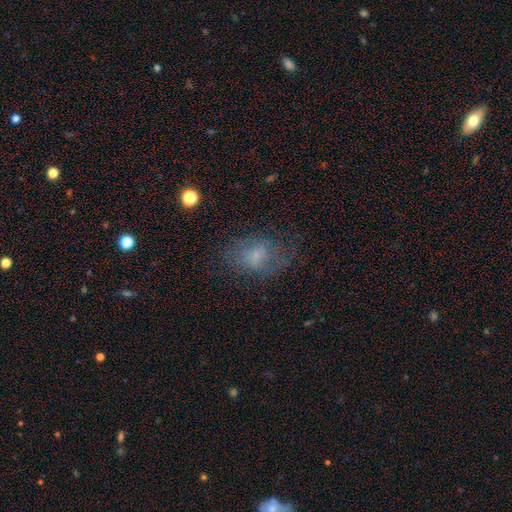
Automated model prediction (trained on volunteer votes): Overall: smooth (53%; featured or disk 35%). How rounded: in between (78%). Merging: none (55%; minor disturbance 23%).